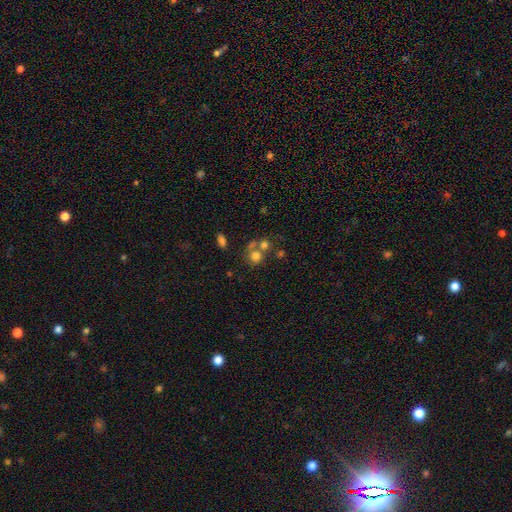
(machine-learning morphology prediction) This appears to be a smooth galaxy with no disk features (71%) that is round (80%). Merging: merger (44%).